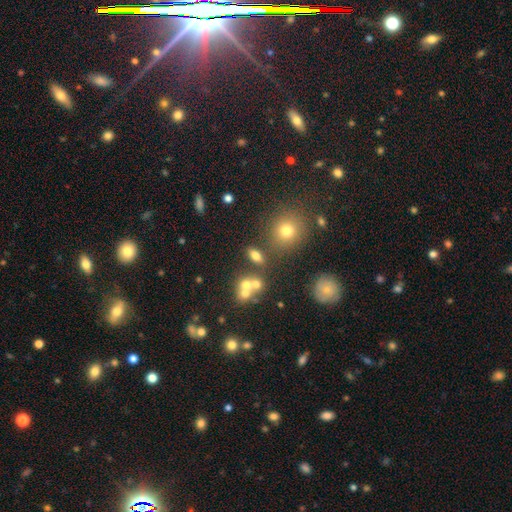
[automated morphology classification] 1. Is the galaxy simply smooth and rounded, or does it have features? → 66% smooth, 19% featured or disk, 15% star or artifact.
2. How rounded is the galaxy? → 70% in between, 23% round, 7% cigar-shaped.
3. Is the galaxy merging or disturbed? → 58% none, 25% merger, 12% minor disturbance, 6% major disturbance.